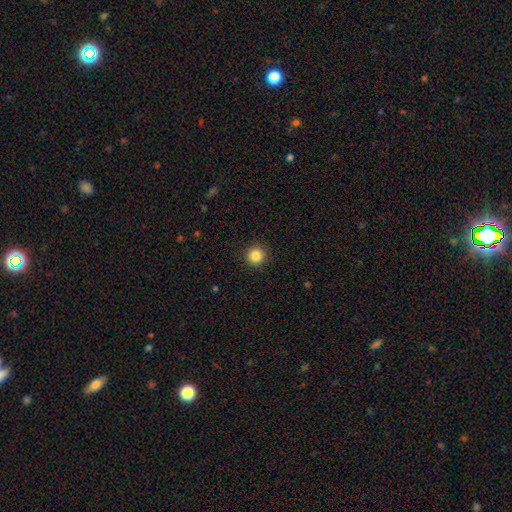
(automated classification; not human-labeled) smooth-or-featured: smooth: 85% | star or artifact: 11% | featured or disk: 4%
  how-rounded: round: 95% | in between: 4% | cigar-shaped: 1%
  merging: none: 92% | minor disturbance: 5% | major disturbance: 2% | merger: 1%